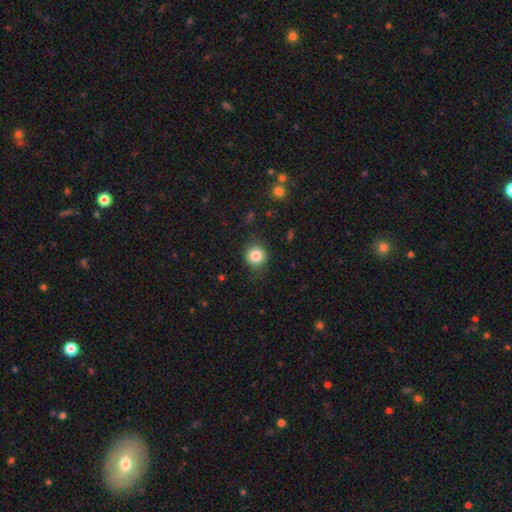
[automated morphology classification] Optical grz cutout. It shows a smooth galaxy with no disk features (84%) that is round (90%). Merging: none (84%).